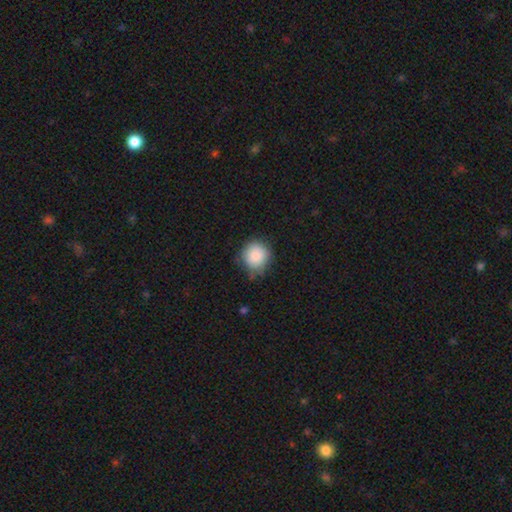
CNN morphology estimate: smooth-or-featured: smooth: 86% | star or artifact: 8% | featured or disk: 5%
  how-rounded: round: 90% | in between: 9% | cigar-shaped: 1%
  merging: none: 74% | minor disturbance: 20% | major disturbance: 4% | merger: 2%